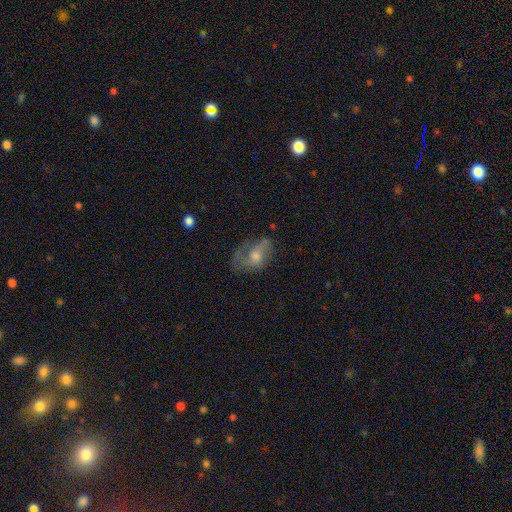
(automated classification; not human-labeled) Q: Smooth or featured?
A: featured or disk (52%); runner-up: smooth (37%)
Q: Edge-on disk?
A: no (94%); runner-up: yes (6%)
Q: Merging?
A: none (47%); runner-up: minor disturbance (26%)